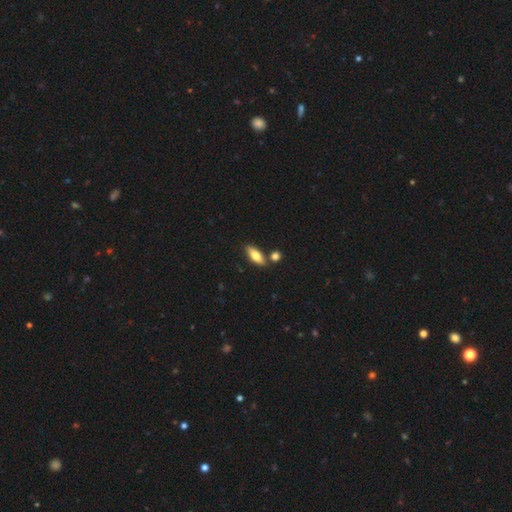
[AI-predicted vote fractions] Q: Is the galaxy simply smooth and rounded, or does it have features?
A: smooth — 75%.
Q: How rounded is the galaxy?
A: in between — 74%.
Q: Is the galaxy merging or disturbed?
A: none — 75%.